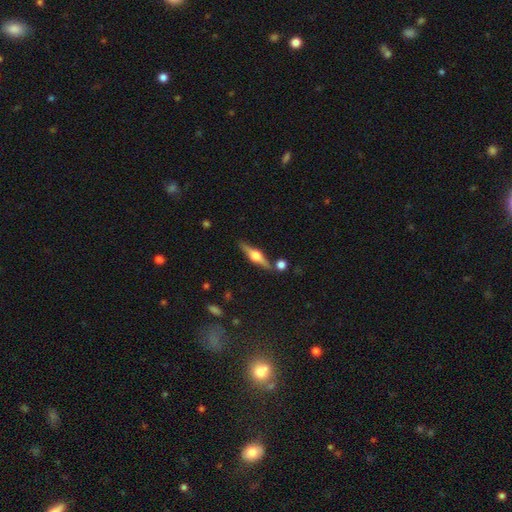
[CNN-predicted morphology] type=featured or disk (73%); edge-on=yes (97%); edge-on bulge=rounded (93%); merging=none (84%).